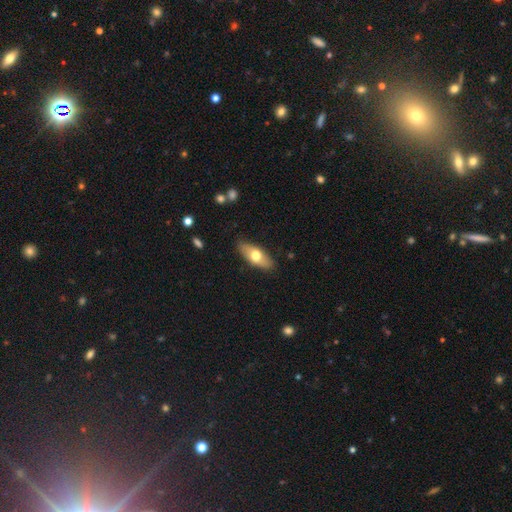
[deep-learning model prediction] smooth 62%, featured or disk 32%, star or artifact 6%. Down the decision tree: how rounded — in between (77%); merging — none (85%).